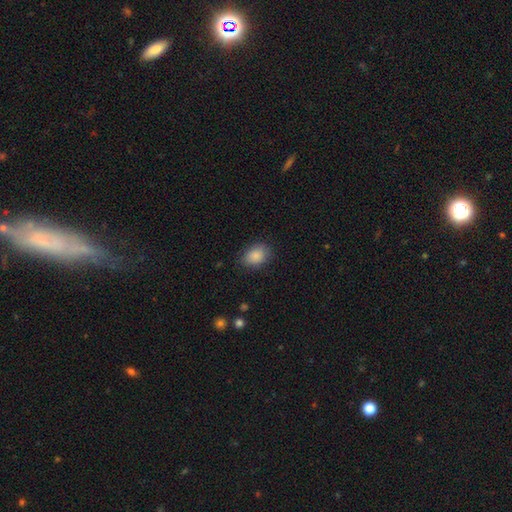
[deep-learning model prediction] Smooth or featured? Predicted: smooth (p=0.88). How rounded? Predicted: in between (p=0.75). Merging? Predicted: none (p=0.82).